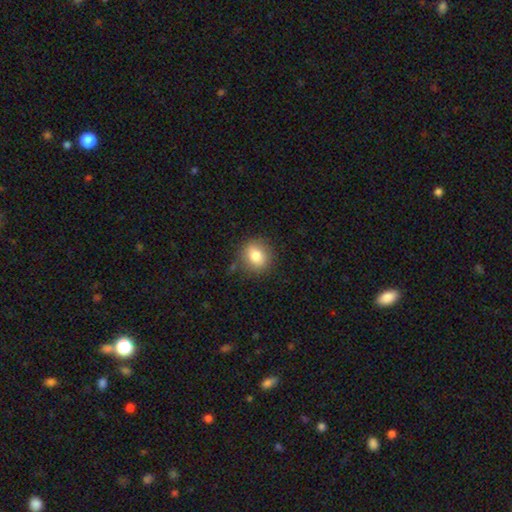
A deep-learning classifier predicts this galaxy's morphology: Smooth or featured?
  - smooth: 81% *
  - star or artifact: 10%
  - featured or disk: 9%
How rounded?
  - round: 75% *
  - in between: 23%
  - cigar-shaped: 1%
Merging?
  - none: 85% *
  - minor disturbance: 10%
  - major disturbance: 3%
  - merger: 2%